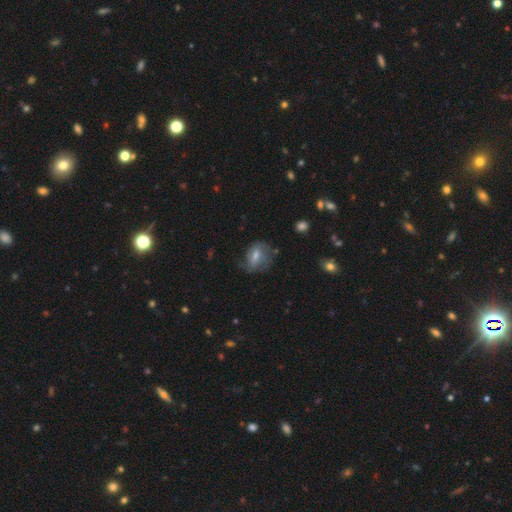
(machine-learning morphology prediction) Smooth or featured?
  - featured or disk: 46% *
  - smooth: 41%
  - star or artifact: 12%
Merging?
  - none: 58% *
  - minor disturbance: 25%
  - major disturbance: 15%
  - merger: 2%